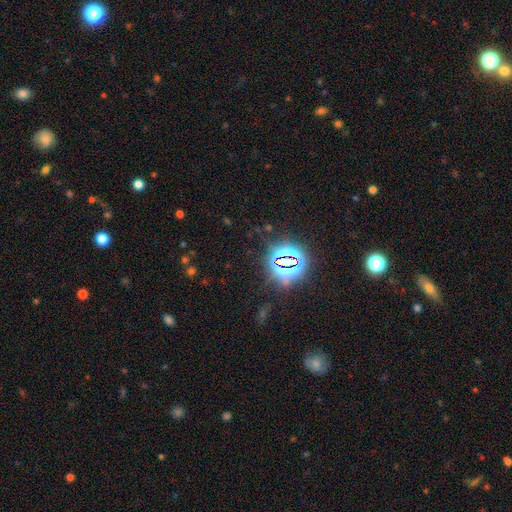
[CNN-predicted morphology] star or artifact 79%, smooth 13%, featured or disk 8%.